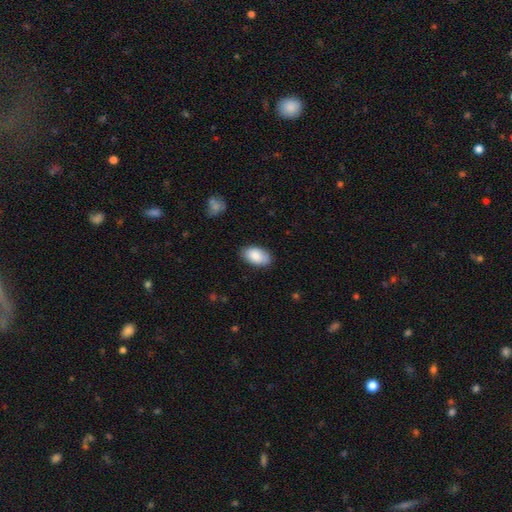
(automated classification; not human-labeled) Q: Smooth or featured?
A: smooth (86%); runner-up: featured or disk (8%)
Q: How rounded?
A: in between (94%); runner-up: round (4%)
Q: Merging?
A: none (82%); runner-up: minor disturbance (15%)